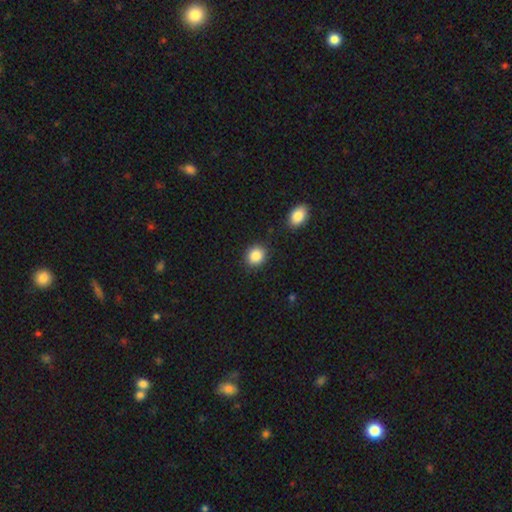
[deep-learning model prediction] Smooth or featured: smooth — 87% (star or artifact — 8%)
How rounded: round — 72% (in between — 28%)
Merging: none — 85% (minor disturbance — 9%)